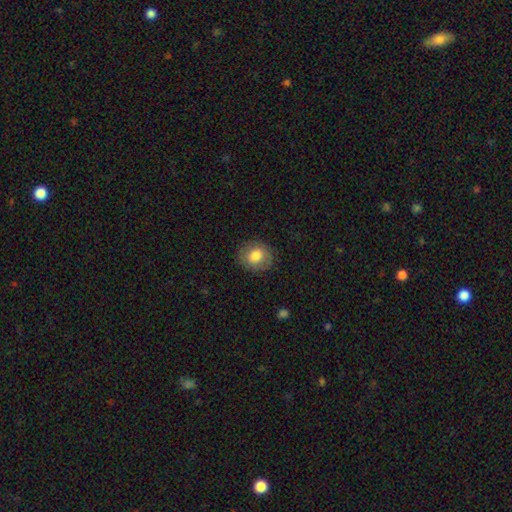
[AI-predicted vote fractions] Overall: smooth (77%). How rounded: round (77%). Merging: none (85%).